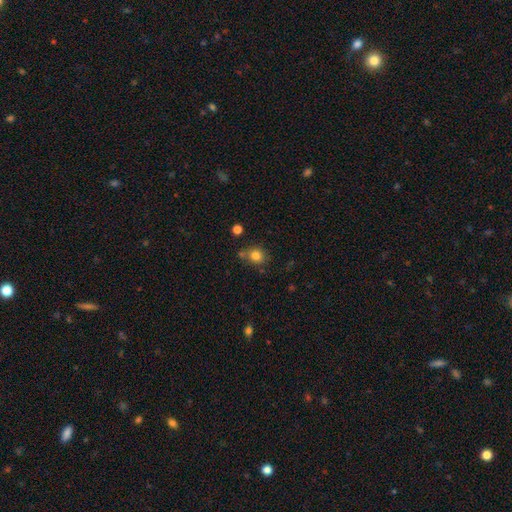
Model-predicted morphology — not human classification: Smooth or featured: smooth — 80% (star or artifact — 12%)
How rounded: round — 76% (in between — 23%)
Merging: none — 68% (minor disturbance — 14%)